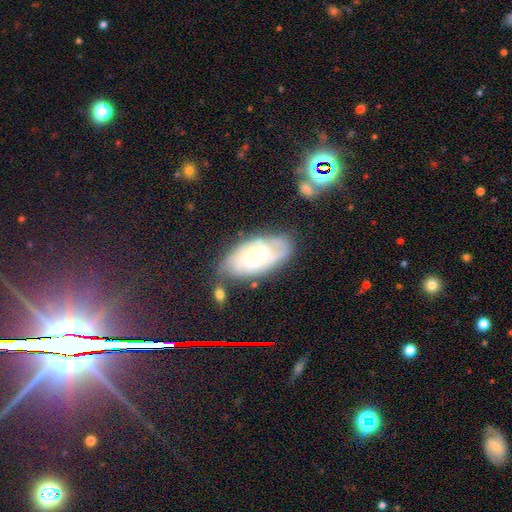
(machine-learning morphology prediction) smooth-or-featured: featured or disk: 60% | smooth: 31% | star or artifact: 9%
  disk-edge-on: no: 92% | yes: 8%
    bar: no: 70% | weak: 25% | strong: 5%
    has-spiral-arms: yes: 80% | no: 20%
    bulge-size: small: 59% | moderate: 34% | large: 4% | none: 2% | dominant: 1%
  merging: none: 66% | minor disturbance: 21% | major disturbance: 7% | merger: 6%